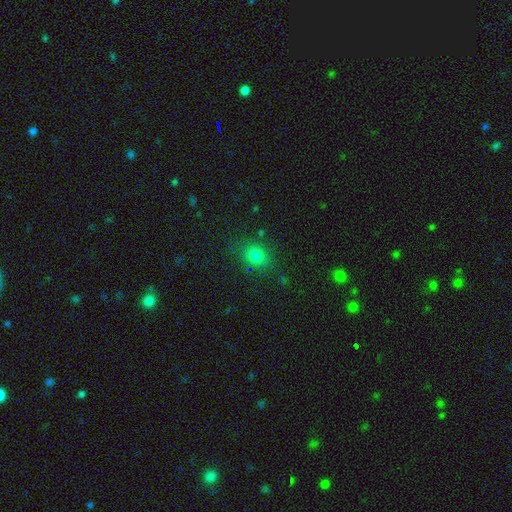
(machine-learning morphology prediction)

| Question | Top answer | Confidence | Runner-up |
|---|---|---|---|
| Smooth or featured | smooth | 77% | star or artifact (16%) |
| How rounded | round | 62% | in between (37%) |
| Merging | none | 82% | minor disturbance (12%) |